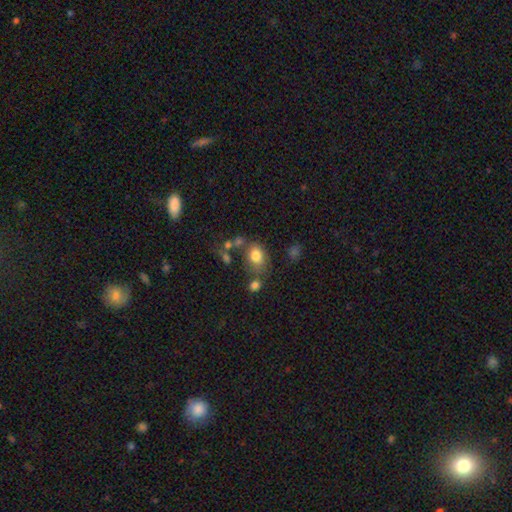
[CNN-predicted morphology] Overall: smooth (79%). How rounded: in between (68%; round 30%). Merging: none (56%; minor disturbance 19%).